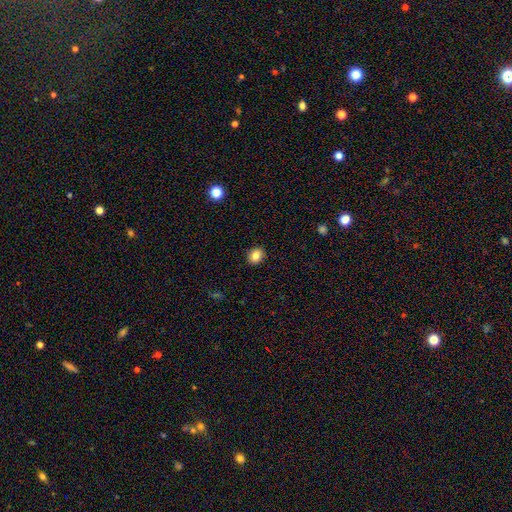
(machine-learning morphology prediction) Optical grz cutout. It shows a smooth galaxy with no disk features (83%) that is round (65%). Merging: none (91%).